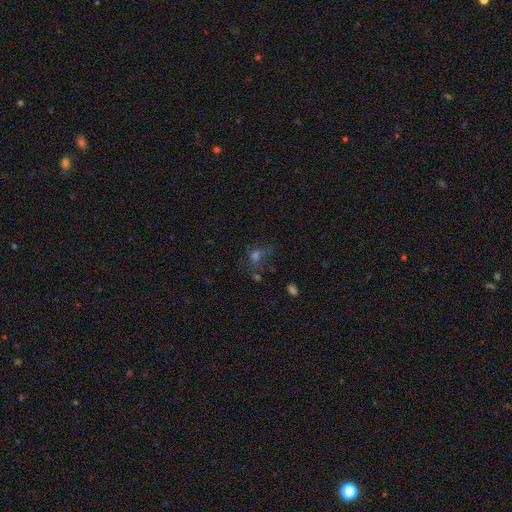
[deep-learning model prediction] Smooth or featured? Predicted: smooth (p=0.42). Merging? Predicted: none (p=0.47).